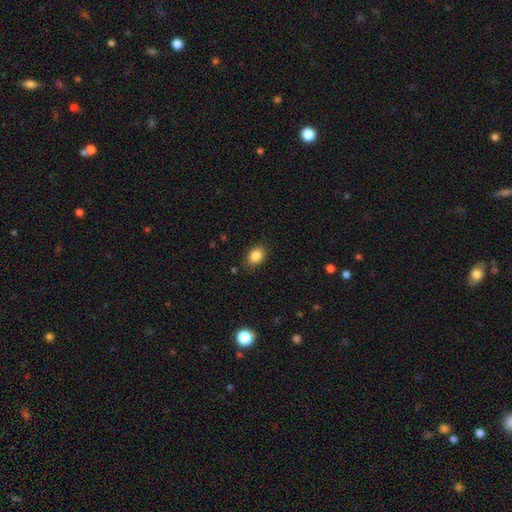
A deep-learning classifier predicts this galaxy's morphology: Smooth or featured? smooth (85%)
How rounded? in between (68%)
Merging? none (83%)